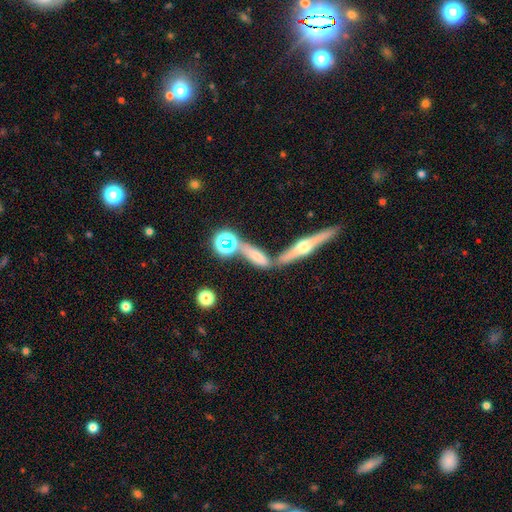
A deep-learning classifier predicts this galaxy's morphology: smooth_or_featured: smooth (p=0.53) [alt: featured or disk p=0.32]
how_rounded: cigar-shaped (p=0.51) [alt: in between p=0.41]
merging: none (p=0.44) [alt: merger p=0.39]